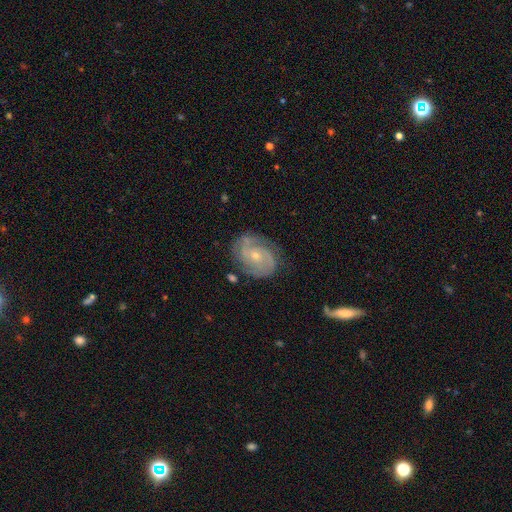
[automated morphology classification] Smooth or featured? Predicted: featured or disk (p=0.84). Edge-on disk? Predicted: no (p=0.97). Bar? Predicted: no (p=0.66). Spiral arms? Predicted: yes (p=0.95). Spiral winding? Predicted: tight (p=0.52). Spiral arm count? Predicted: 2 (p=0.61). Bulge size? Predicted: small (p=0.66). Merging? Predicted: none (p=0.76).